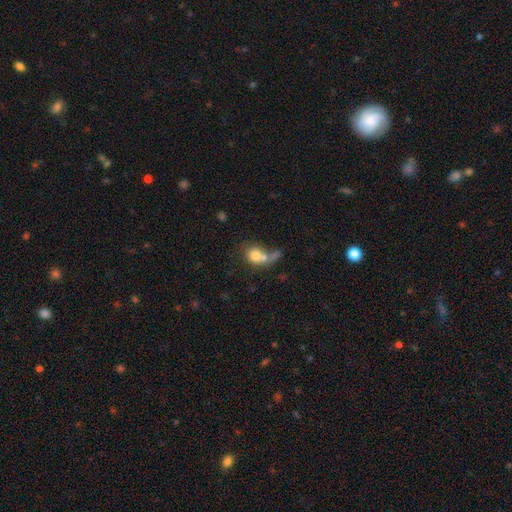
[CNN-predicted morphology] Q: Smooth or featured?
A: smooth (73%); runner-up: featured or disk (18%)
Q: How rounded?
A: round (59%); runner-up: in between (39%)
Q: Merging?
A: merger (55%); runner-up: none (24%)